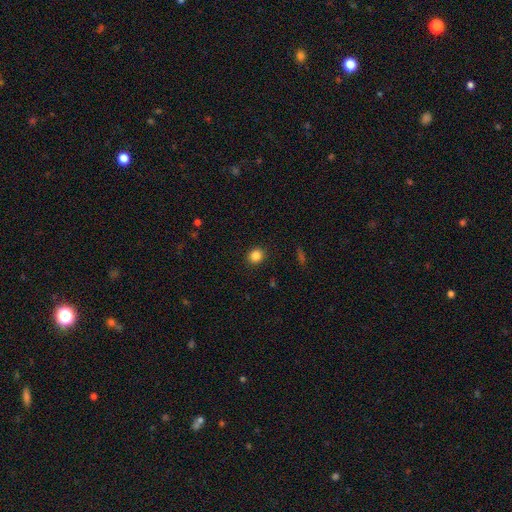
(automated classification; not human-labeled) This is clearly a smooth galaxy (85%). How rounded: clearly round (87%). Merging: clearly none (91%).